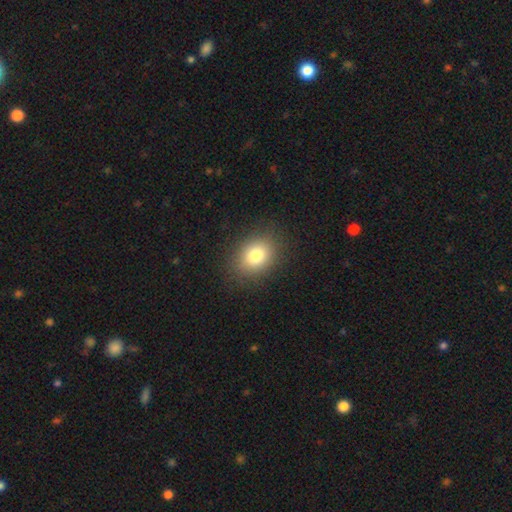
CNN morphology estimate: Smooth or featured? smooth (80%)
How rounded? in between (52%)
Merging? none (87%)